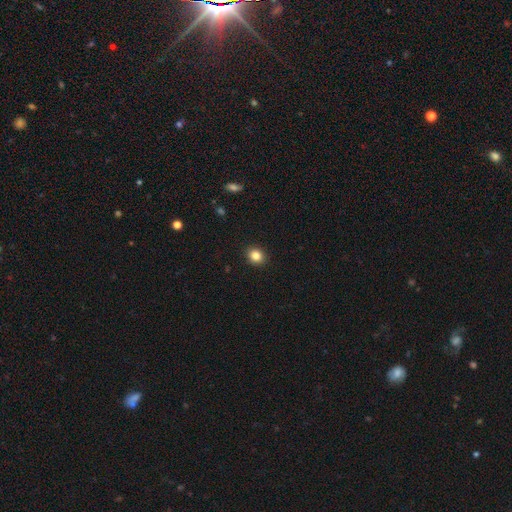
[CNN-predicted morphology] A smooth galaxy with no disk features (84%) that is round (69%). Merging: none (92%).